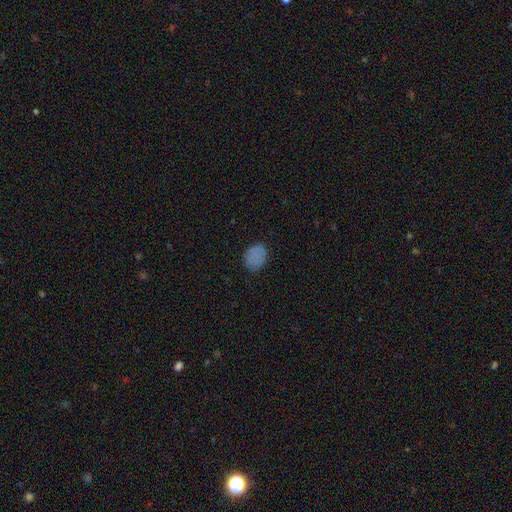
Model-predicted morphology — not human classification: type=smooth (81%); roundness=in between (66%); merging=none (80%).